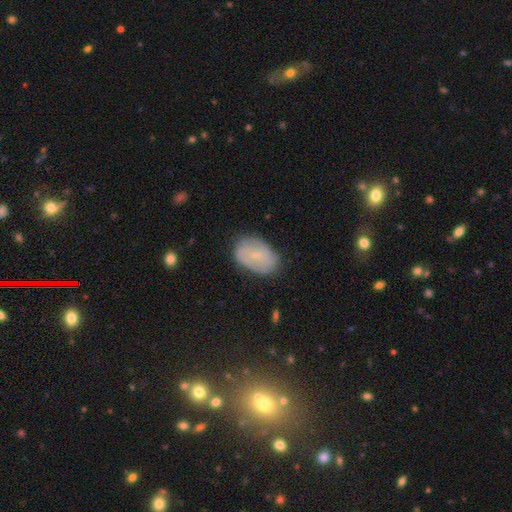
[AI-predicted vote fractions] smooth_or_featured: smooth (p=0.47) [alt: featured or disk p=0.44]
merging: none (p=0.73) [alt: minor disturbance p=0.20]